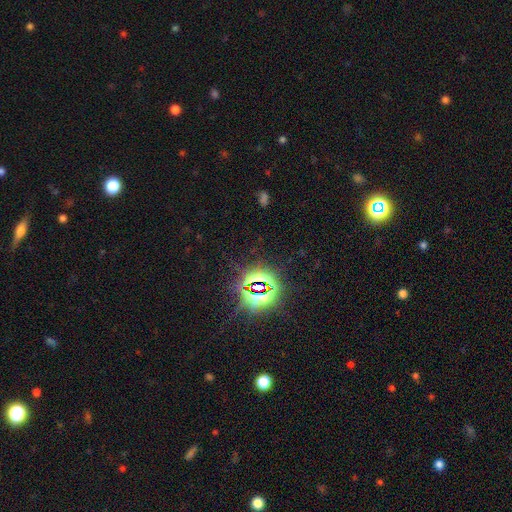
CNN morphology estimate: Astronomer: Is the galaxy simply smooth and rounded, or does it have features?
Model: star or artifact — 82%.